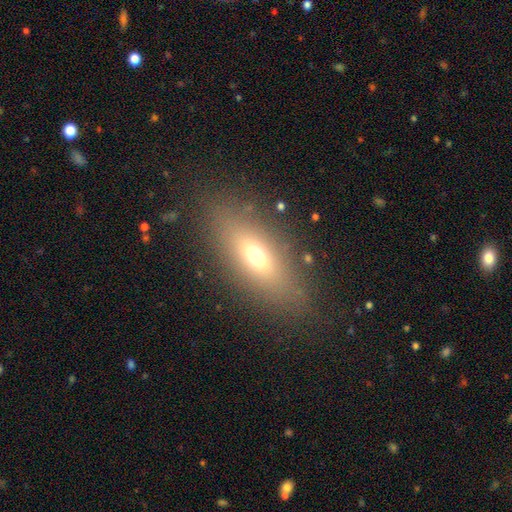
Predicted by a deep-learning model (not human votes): Q: Smooth or featured?
A: smooth (63%); runner-up: featured or disk (24%)
Q: How rounded?
A: in between (68%); runner-up: cigar-shaped (26%)
Q: Merging?
A: none (82%); runner-up: minor disturbance (11%)